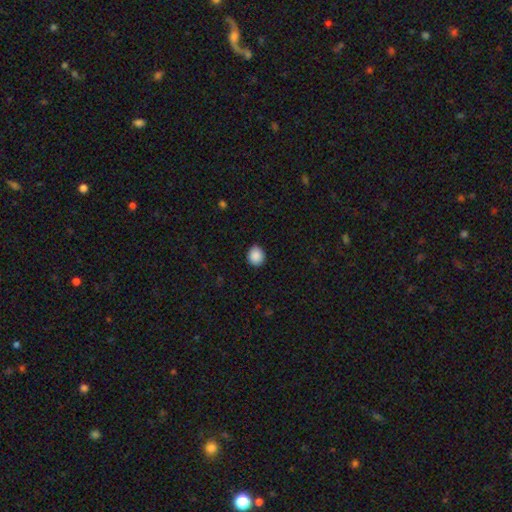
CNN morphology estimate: A smooth galaxy with no disk features (89%) that is round (73%).

Vote fractions:
- Smooth or featured? smooth: 89% / star or artifact: 8% / featured or disk: 3%
- How rounded? round: 73% / in between: 26% / cigar-shaped: 1%
- Merging? none: 89% / minor disturbance: 8% / major disturbance: 2% / merger: 1%